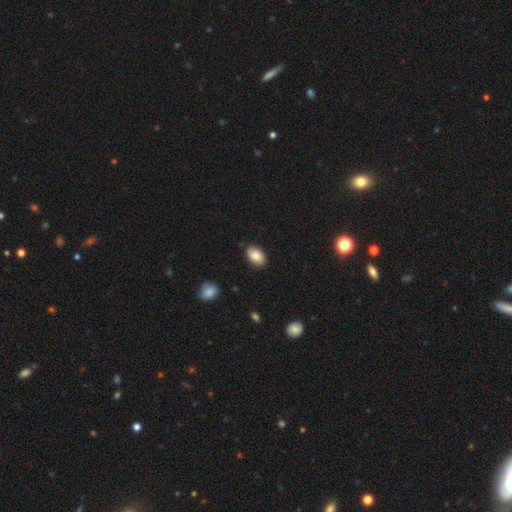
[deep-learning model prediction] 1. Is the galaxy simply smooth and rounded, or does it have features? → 83% smooth, 10% featured or disk, 7% star or artifact.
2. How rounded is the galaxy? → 89% in between, 10% round, 1% cigar-shaped.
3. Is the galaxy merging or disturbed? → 83% none, 13% minor disturbance, 2% major disturbance, 1% merger.